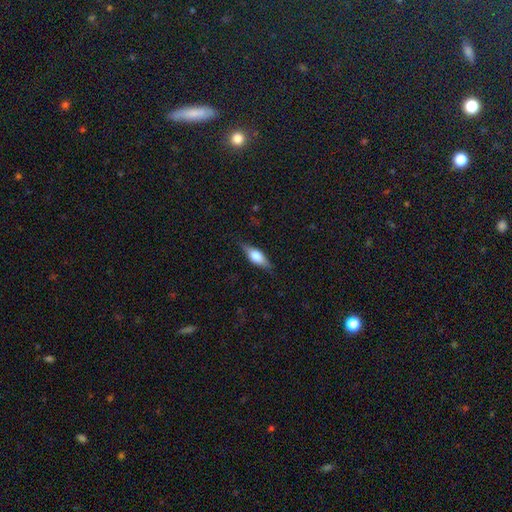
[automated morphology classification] The model was most divided on "smooth or featured": smooth: 49%, featured or disk: 44%, star or artifact: 7%. More confident: merging — none (82%).